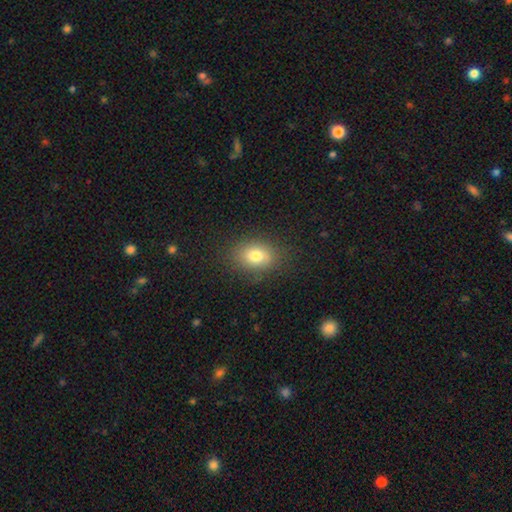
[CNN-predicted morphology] Smooth or featured? smooth (77%)
How rounded? in between (66%)
Merging? none (82%)